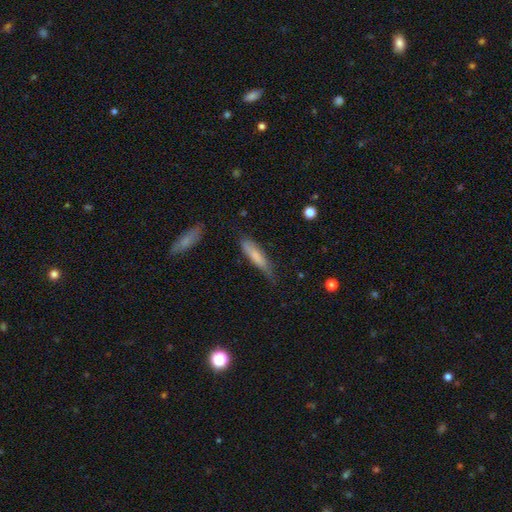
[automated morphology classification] smooth_or_featured: smooth (p=0.74) [alt: featured or disk p=0.20]
how_rounded: cigar-shaped (p=0.78) [alt: in between p=0.20]
merging: none (p=0.53) [alt: minor disturbance p=0.35]